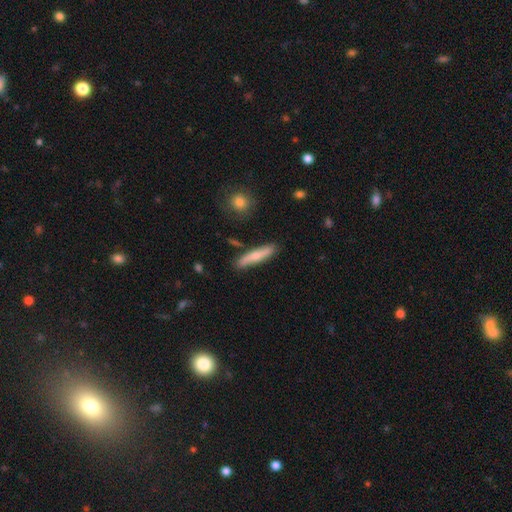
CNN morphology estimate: Q: Smooth or featured?
A: smooth (59%); runner-up: featured or disk (35%)
Q: How rounded?
A: cigar-shaped (83%); runner-up: in between (15%)
Q: Merging?
A: none (84%); runner-up: minor disturbance (11%)